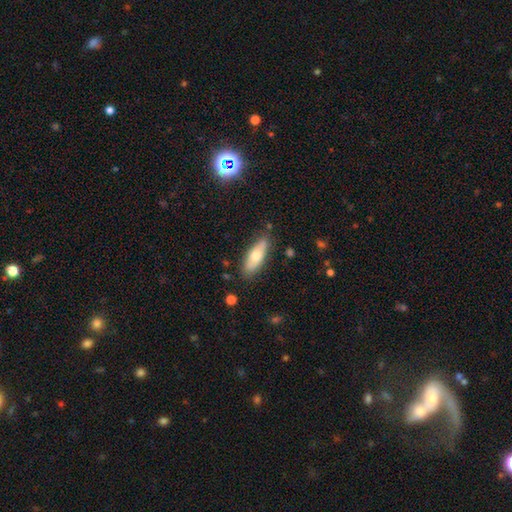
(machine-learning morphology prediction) smooth_or_featured: smooth (p=0.62) [alt: featured or disk p=0.33]
how_rounded: in between (p=0.63) [alt: cigar-shaped p=0.34]
merging: none (p=0.81) [alt: minor disturbance p=0.14]